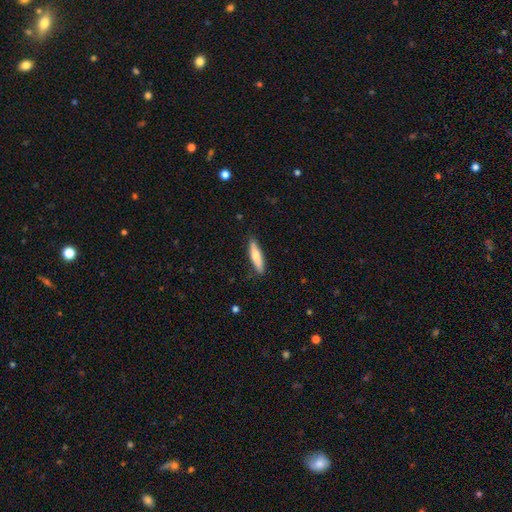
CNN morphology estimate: This appears to be a smooth galaxy with no disk features (62%) that is cigar-shaped (78%). Merging: none (85%).